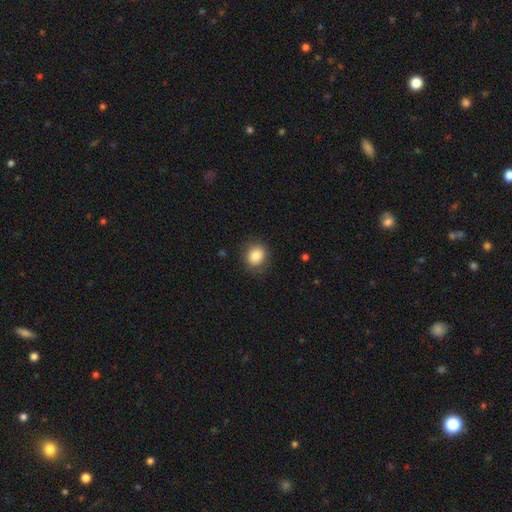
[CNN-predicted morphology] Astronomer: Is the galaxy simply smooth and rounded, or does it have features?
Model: smooth — 85%.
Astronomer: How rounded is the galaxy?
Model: round — 71%.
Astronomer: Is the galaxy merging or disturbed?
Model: none — 82%.